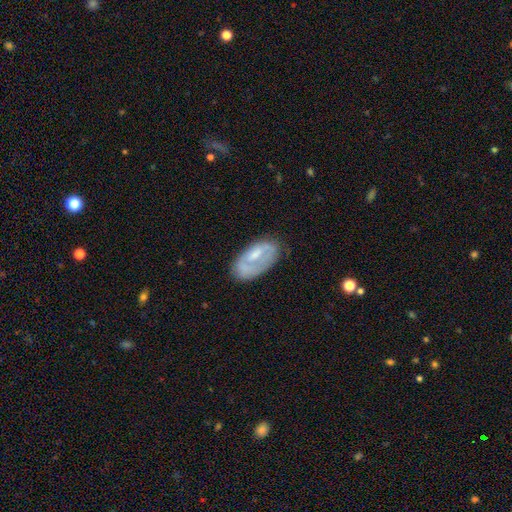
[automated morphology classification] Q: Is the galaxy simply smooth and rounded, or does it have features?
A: featured or disk — 47%.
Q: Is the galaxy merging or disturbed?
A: none — 58%.